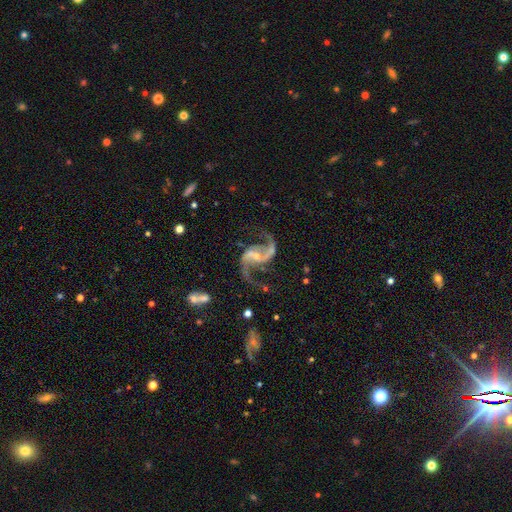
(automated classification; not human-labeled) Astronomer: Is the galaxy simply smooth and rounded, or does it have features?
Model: featured or disk — 93%.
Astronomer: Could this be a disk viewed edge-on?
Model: no — 98%.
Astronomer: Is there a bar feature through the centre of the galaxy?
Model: weak — 44% (runner-up: no, 33%).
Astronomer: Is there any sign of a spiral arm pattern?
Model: yes — 98%.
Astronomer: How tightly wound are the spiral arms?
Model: loose — 73%.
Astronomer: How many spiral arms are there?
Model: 2 — 95%.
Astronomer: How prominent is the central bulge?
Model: small — 63%.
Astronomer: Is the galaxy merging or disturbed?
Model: none — 73%.